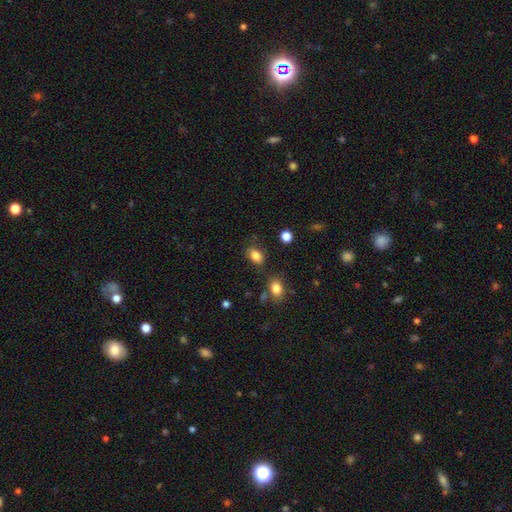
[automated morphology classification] smooth-or-featured: smooth: 83% | star or artifact: 10% | featured or disk: 7%
  how-rounded: in between: 84% | round: 14% | cigar-shaped: 2%
  merging: none: 75% | minor disturbance: 16% | merger: 5% | major disturbance: 4%